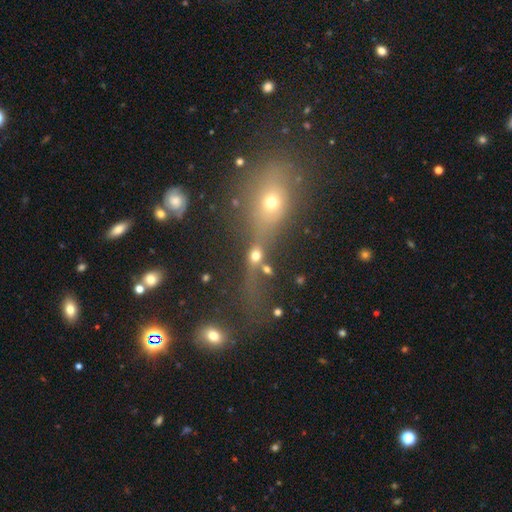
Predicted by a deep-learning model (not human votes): Overall: smooth (55%; featured or disk 23%). How rounded: round (43%; in between 42%). Merging: merger (41%; none 37%).